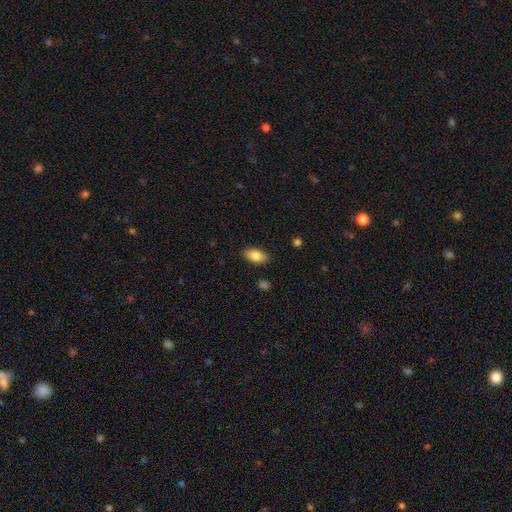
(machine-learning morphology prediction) smooth-or-featured: smooth: 82% | featured or disk: 11% | star or artifact: 7%
  how-rounded: in between: 91% | round: 4% | cigar-shaped: 4%
  merging: none: 87% | minor disturbance: 10% | major disturbance: 2% | merger: 1%